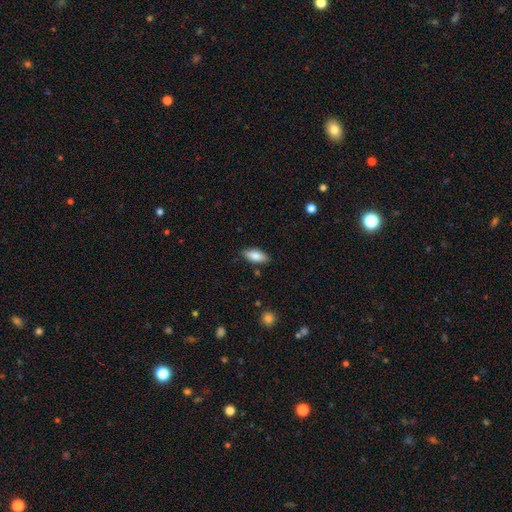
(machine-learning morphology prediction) Smooth or featured? Predicted: smooth (p=0.81). How rounded? Predicted: in between (p=0.83). Merging? Predicted: none (p=0.84).